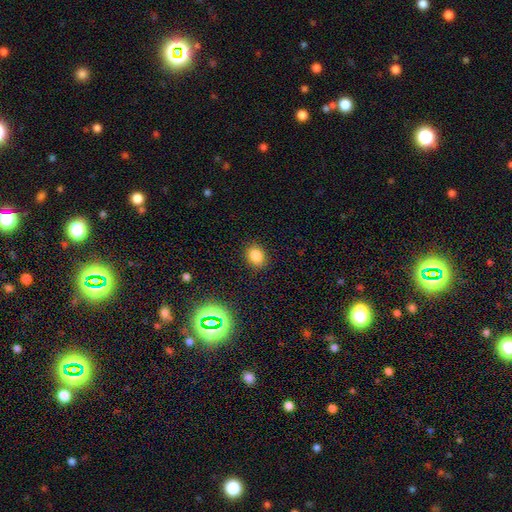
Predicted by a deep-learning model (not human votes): A smooth galaxy with no disk features (81%) that is round (53%).

Vote fractions:
- Smooth or featured? smooth: 81% / star or artifact: 14% / featured or disk: 5%
- How rounded? round: 53% / in between: 46% / cigar-shaped: 1%
- Merging? none: 88% / minor disturbance: 8% / major disturbance: 3% / merger: 1%